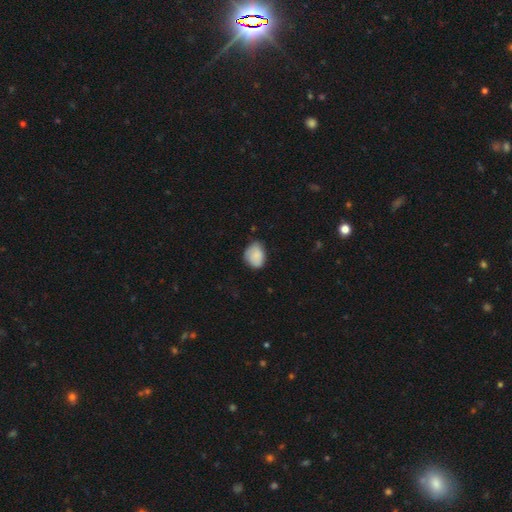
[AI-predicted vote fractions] This appears to be a smooth galaxy with no disk features (83%) that is in between round and cigar-shaped (61%). Merging: none (56%).